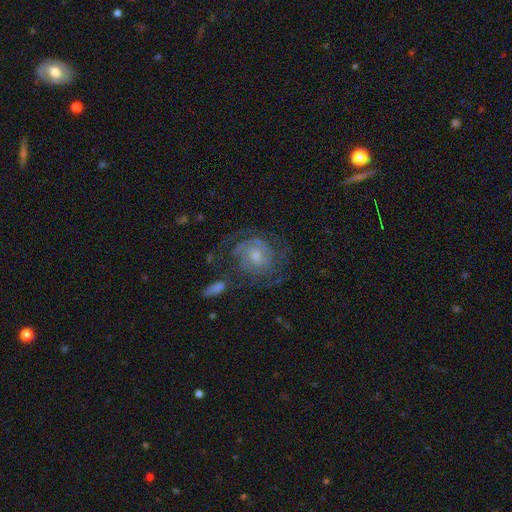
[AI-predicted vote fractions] Smooth or featured?
  - featured or disk: 81% *
  - smooth: 10%
  - star or artifact: 8%
Edge-on disk?
  - no: 97% *
  - yes: 3%
Bar?
  - no: 61% *
  - weak: 33%
  - strong: 6%
Spiral arms?
  - yes: 94% *
  - no: 6%
Spiral winding?
  - tight: 65% *
  - medium: 28%
  - loose: 7%
Spiral arm count?
  - 2: 37% *
  - can't tell: 30%
  - 3: 17%
  - 4: 6%
  - 1: 6%
  - more than 4: 5%
Bulge size?
  - small: 47% *
  - moderate: 44%
  - none: 4%
  - large: 4%
  - dominant: 1%
Merging?
  - none: 66% *
  - minor disturbance: 16%
  - major disturbance: 13%
  - merger: 5%